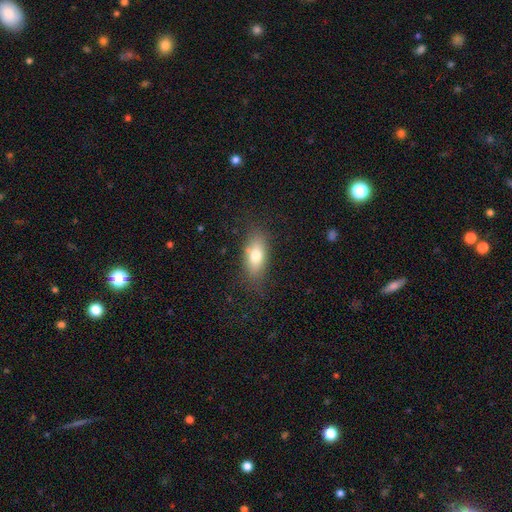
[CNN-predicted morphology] smooth 75%, featured or disk 17%, star or artifact 8%. Down the decision tree: how rounded — in between (82%); merging — none (75%).